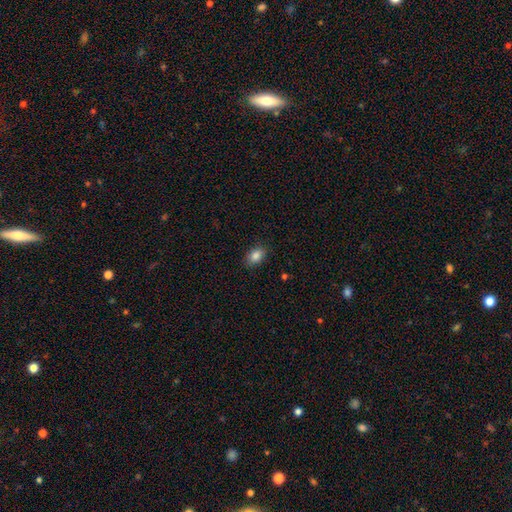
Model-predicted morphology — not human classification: This is clearly a smooth galaxy (86%). How rounded: clearly in between (80%). Merging: clearly none (87%).